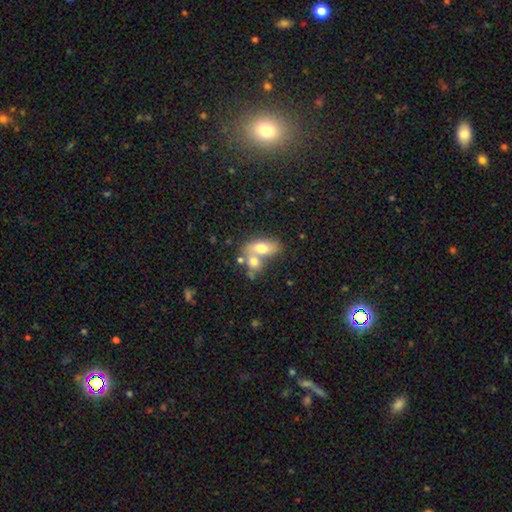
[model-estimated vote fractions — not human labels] smooth_or_featured: smooth (p=0.65) [alt: featured or disk p=0.25]
how_rounded: in between (p=0.83) [alt: round p=0.10]
merging: merger (p=0.57) [alt: none p=0.30]